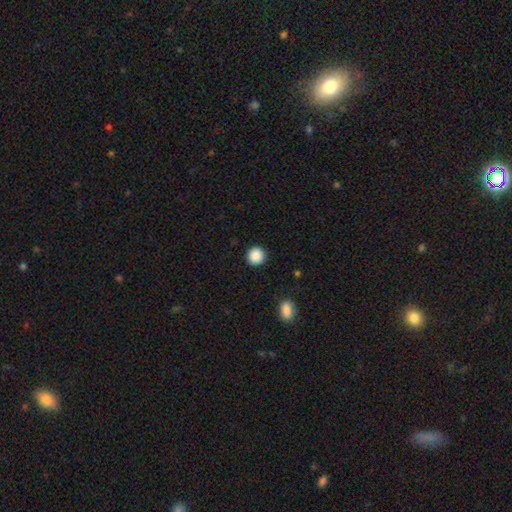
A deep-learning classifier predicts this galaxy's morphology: A smooth galaxy with no disk features (88%) that is round (95%). Merging: none (93%).